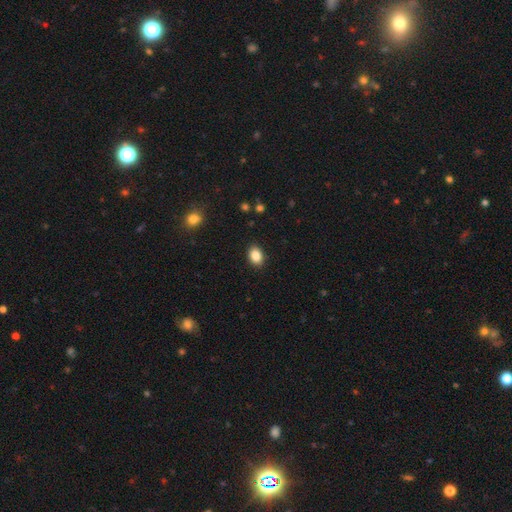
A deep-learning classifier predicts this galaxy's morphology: smooth_or_featured: smooth (p=0.87) [alt: star or artifact p=0.09]
how_rounded: in between (p=0.76) [alt: round p=0.23]
merging: none (p=0.89) [alt: minor disturbance p=0.08]